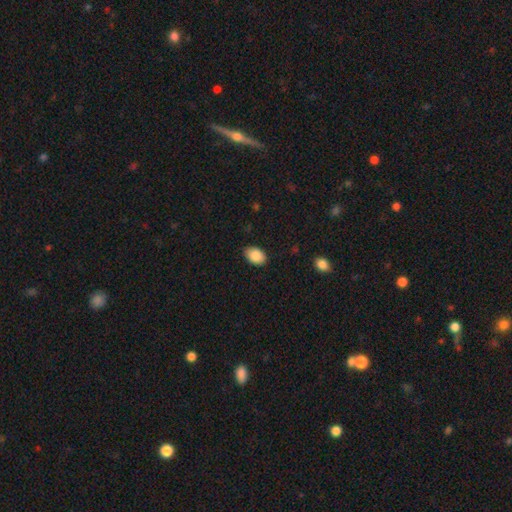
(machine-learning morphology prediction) smooth-or-featured: smooth: 88% | star or artifact: 7% | featured or disk: 4%
  how-rounded: in between: 85% | round: 14% | cigar-shaped: 1%
  merging: none: 84% | minor disturbance: 13% | major disturbance: 2% | merger: 1%